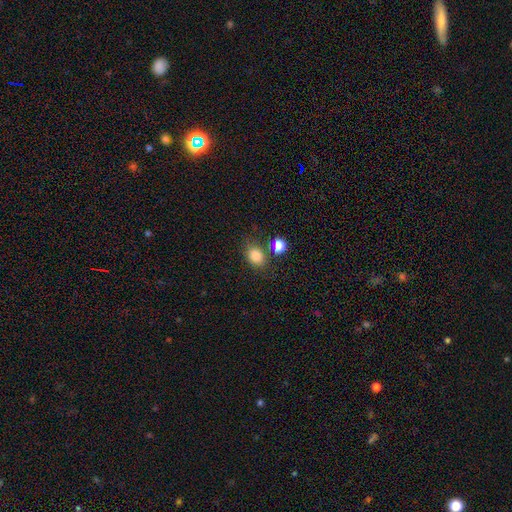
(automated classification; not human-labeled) Smooth or featured? Predicted: smooth (p=0.82). How rounded? Predicted: in between (p=0.53). Merging? Predicted: none (p=0.69).